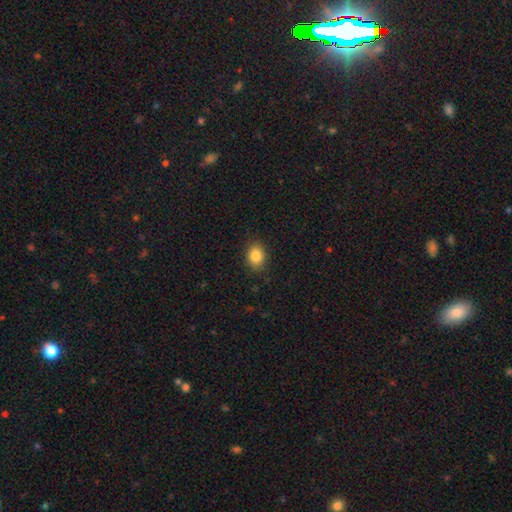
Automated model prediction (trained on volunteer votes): This appears to be a smooth galaxy with no disk features (85%) that is in between round and cigar-shaped (59%). Merging: none (87%).